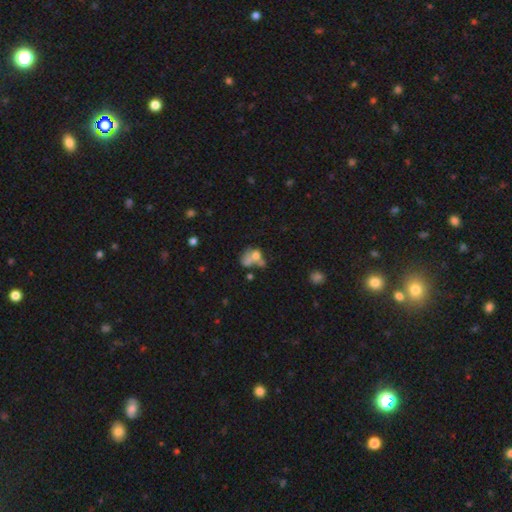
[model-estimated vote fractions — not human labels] Q: Smooth or featured?
A: smooth (58%); runner-up: featured or disk (28%)
Q: How rounded?
A: in between (59%); runner-up: round (39%)
Q: Merging?
A: merger (48%); runner-up: none (21%)